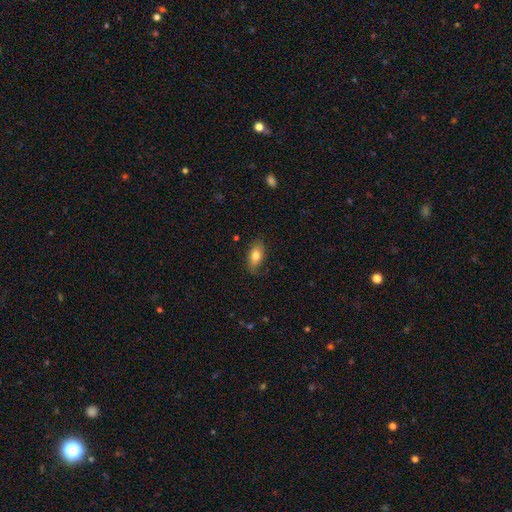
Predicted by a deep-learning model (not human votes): This appears to be a smooth galaxy with no disk features (77%) that is in between round and cigar-shaped (87%). Merging: none (77%).